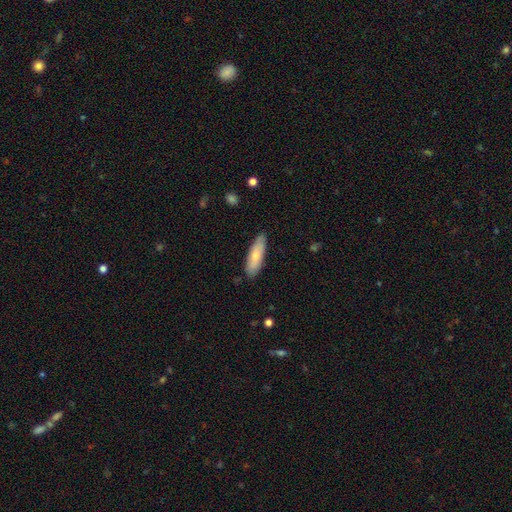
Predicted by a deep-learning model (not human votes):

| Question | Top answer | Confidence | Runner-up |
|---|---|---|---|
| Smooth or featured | smooth | 73% | featured or disk (21%) |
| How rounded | cigar-shaped | 50% | in between (49%) |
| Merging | none | 83% | minor disturbance (14%) |